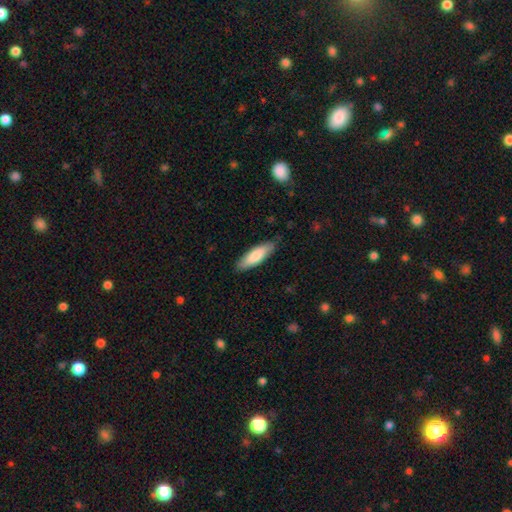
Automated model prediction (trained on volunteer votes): Smooth or featured? Predicted: smooth (p=0.81). How rounded? Predicted: in between (p=0.51). Merging? Predicted: none (p=0.85).